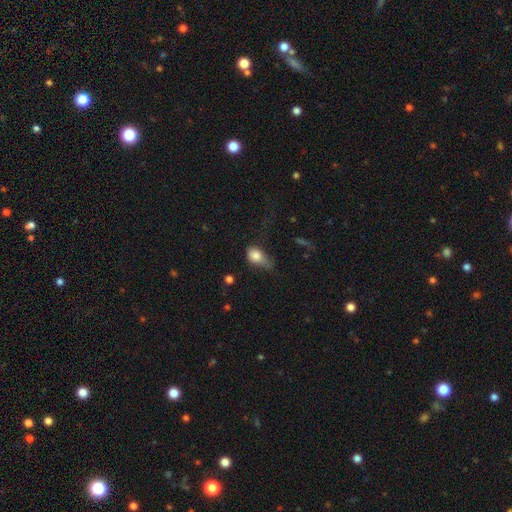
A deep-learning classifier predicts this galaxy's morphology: Q: Smooth or featured?
A: smooth (80%); runner-up: featured or disk (11%)
Q: How rounded?
A: in between (79%); runner-up: round (18%)
Q: Merging?
A: minor disturbance (41%); runner-up: major disturbance (31%)